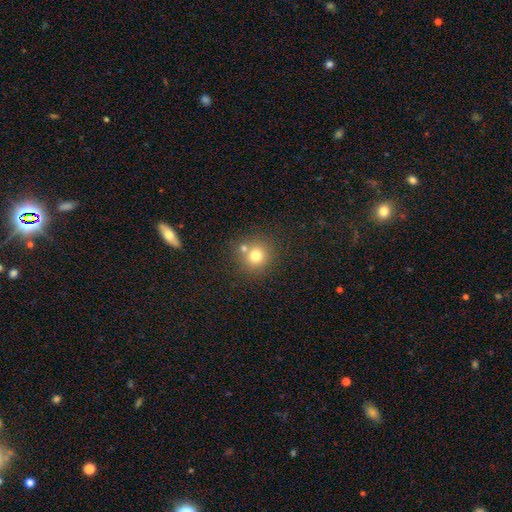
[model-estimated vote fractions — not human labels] Morphology: type=smooth (75%); roundness=round (90%); merging=none (66%).